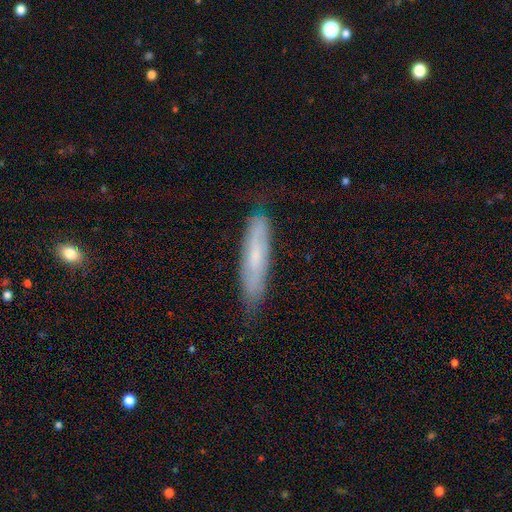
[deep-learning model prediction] smooth 48%, featured or disk 44%, star or artifact 8%. Down the decision tree: merging — none (74%).